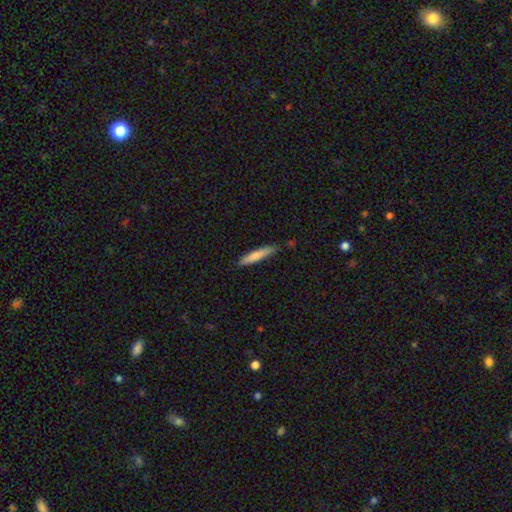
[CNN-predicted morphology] This appears to be a smooth galaxy with no disk features (76%) that is cigar-shaped (90%). Merging: none (79%).